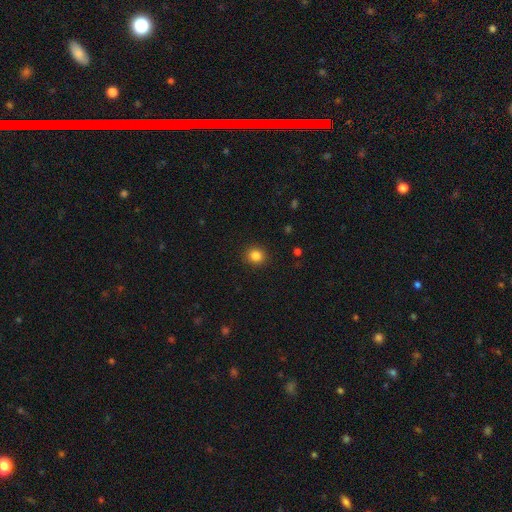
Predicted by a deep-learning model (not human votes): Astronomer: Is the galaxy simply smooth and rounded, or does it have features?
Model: smooth — 84%.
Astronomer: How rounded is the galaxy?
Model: round — 88%.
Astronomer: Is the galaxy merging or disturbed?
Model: none — 91%.